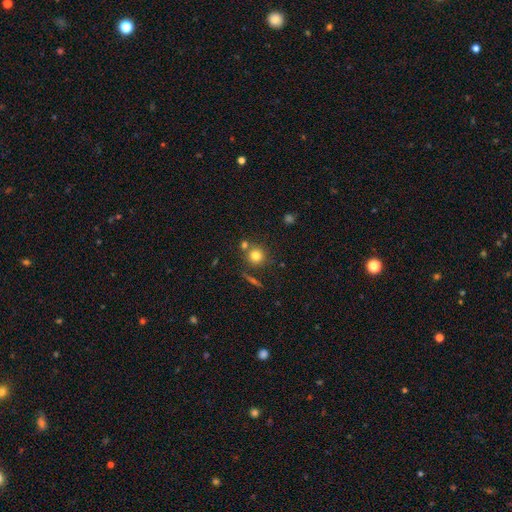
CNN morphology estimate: Overall: smooth (78%). How rounded: round (91%). Merging: none (70%).